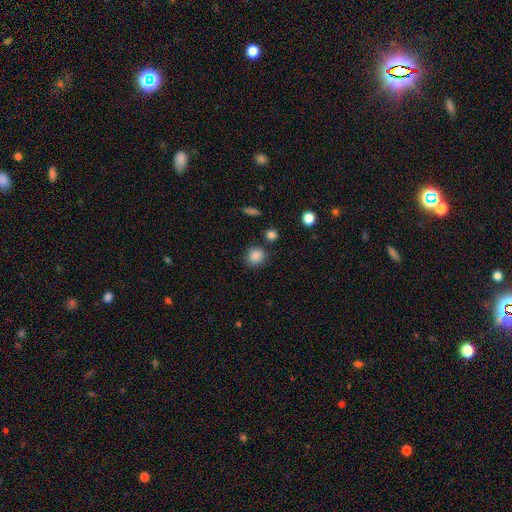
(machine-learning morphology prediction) This is clearly a smooth galaxy (86%). How rounded: clearly round (84%). Merging: clearly none (82%).